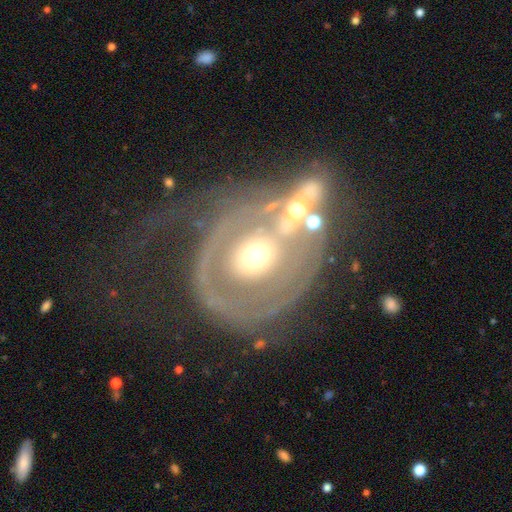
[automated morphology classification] featured or disk 74%, smooth 18%, star or artifact 8%. Down the decision tree: edge-on disk — no (95%); bar — no (81%); spiral arms — no (58%); bulge size — moderate (67%); merging — none (33%).